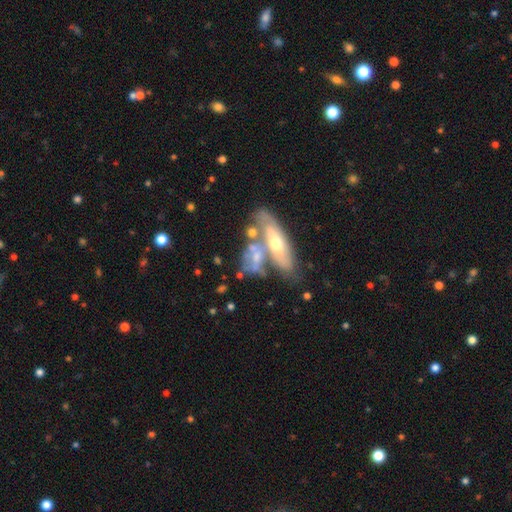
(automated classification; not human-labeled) This appears to be a featured or disk galaxy (53%). Merging: merger (48%).